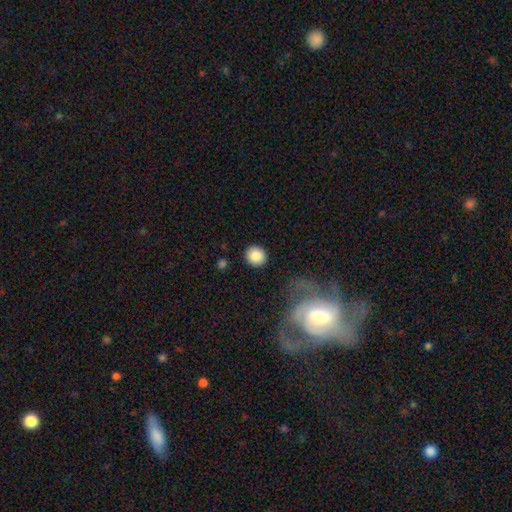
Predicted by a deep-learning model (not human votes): Smooth or featured?
  - smooth: 87% *
  - star or artifact: 8%
  - featured or disk: 5%
How rounded?
  - round: 87% *
  - in between: 12%
  - cigar-shaped: 1%
Merging?
  - none: 89% *
  - minor disturbance: 7%
  - major disturbance: 3%
  - merger: 2%